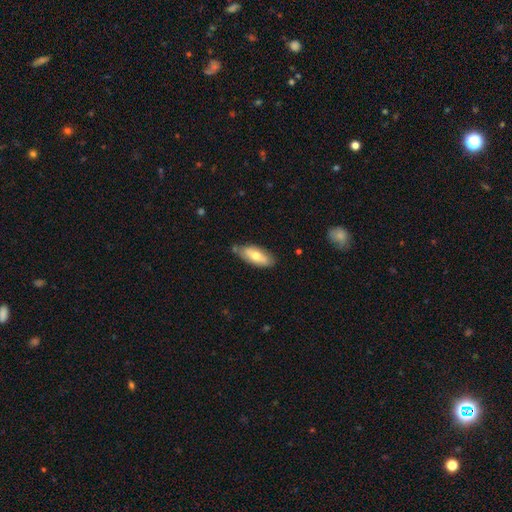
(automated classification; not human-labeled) A smooth galaxy with no disk features (65%) that is in between round and cigar-shaped (81%).

Vote fractions:
- Smooth or featured? smooth: 65% / featured or disk: 29% / star or artifact: 6%
- How rounded? in between: 81% / cigar-shaped: 17% / round: 2%
- Merging? none: 72% / minor disturbance: 20% / merger: 4% / major disturbance: 3%